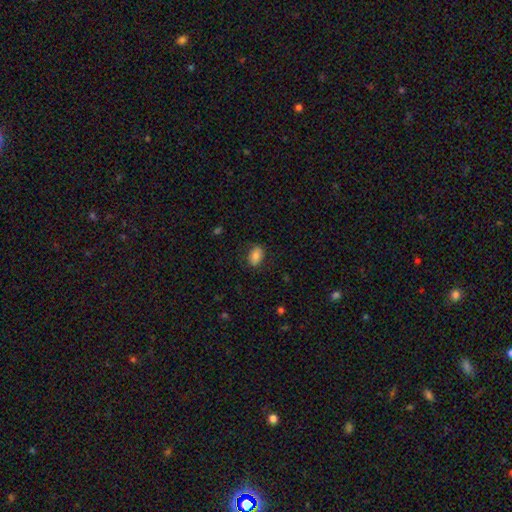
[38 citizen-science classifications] smooth-or-featured: smooth: 92% | star or artifact: 5% | featured or disk: 3%
  how-rounded: in between: 83% | round: 17% | cigar-shaped: 0%
  merging: none: 81% | minor disturbance: 11% | merger: 6% | major disturbance: 3%